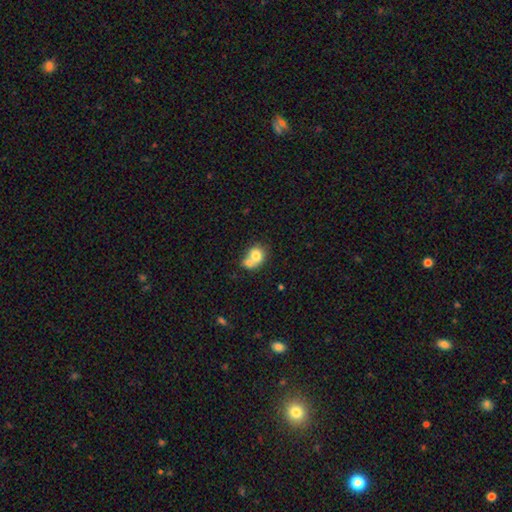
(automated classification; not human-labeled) The model was most divided on "how rounded": round: 65%, in between: 34%, cigar-shaped: 1%. More confident: smooth or featured — smooth (75%); merging — merger (61%).